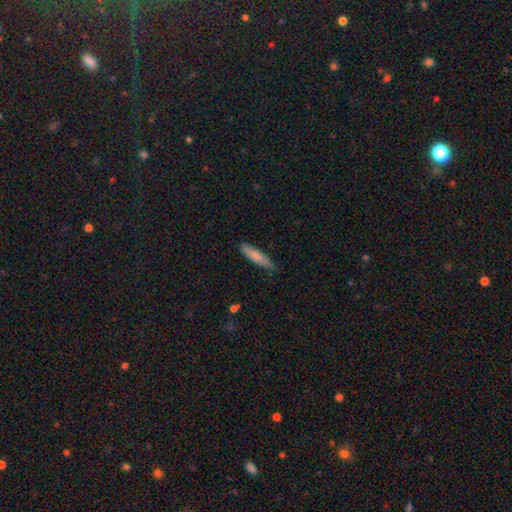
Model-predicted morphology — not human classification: The model was most divided on "how rounded": cigar-shaped: 76%, in between: 22%, round: 1%. More confident: merging — none (79%); smooth or featured — smooth (78%).